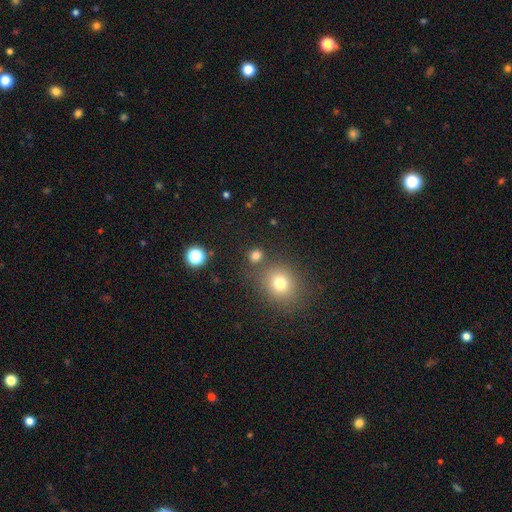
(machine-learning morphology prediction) smooth-or-featured: smooth: 76% | star or artifact: 19% | featured or disk: 5%
  how-rounded: round: 78% | in between: 20% | cigar-shaped: 1%
  merging: none: 78% | merger: 10% | minor disturbance: 9% | major disturbance: 4%